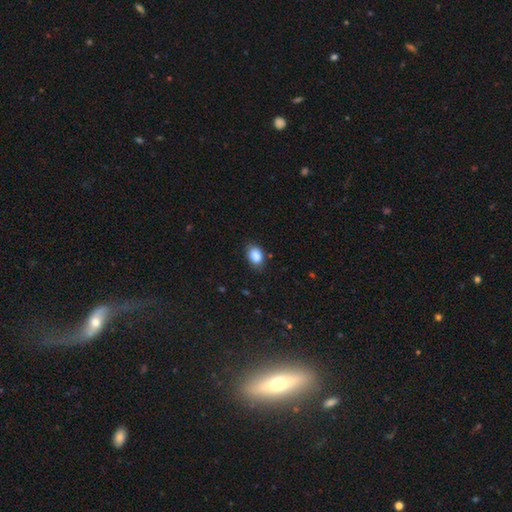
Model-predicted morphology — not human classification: A smooth galaxy with no disk features (88%) that is in between round and cigar-shaped (78%).

Vote fractions:
- Smooth or featured? smooth: 88% / star or artifact: 8% / featured or disk: 4%
- How rounded? in between: 78% / round: 21% / cigar-shaped: 1%
- Merging? none: 82% / minor disturbance: 14% / major disturbance: 3% / merger: 1%